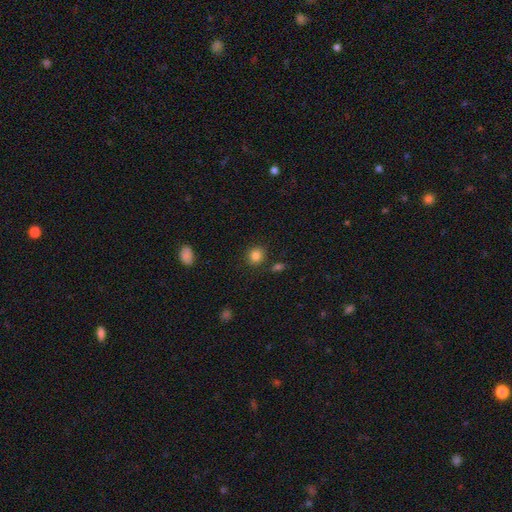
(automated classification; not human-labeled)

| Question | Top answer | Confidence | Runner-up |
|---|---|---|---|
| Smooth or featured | smooth | 84% | star or artifact (11%) |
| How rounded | round | 79% | in between (20%) |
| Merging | none | 84% | minor disturbance (9%) |